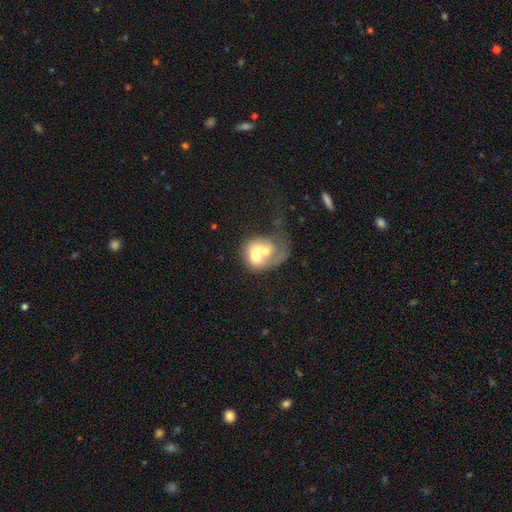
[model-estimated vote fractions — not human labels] Morphology: type=featured or disk (52%); edge-on=no (97%); bar=no (78%); spiral arms=no (58%); bulge=moderate (56%); merging=merger (64%).